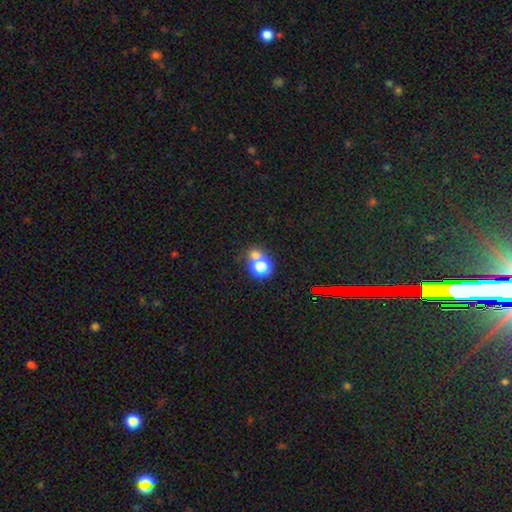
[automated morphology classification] A smooth galaxy with no disk features (71%) that is round (75%). Merging: merger (51%).